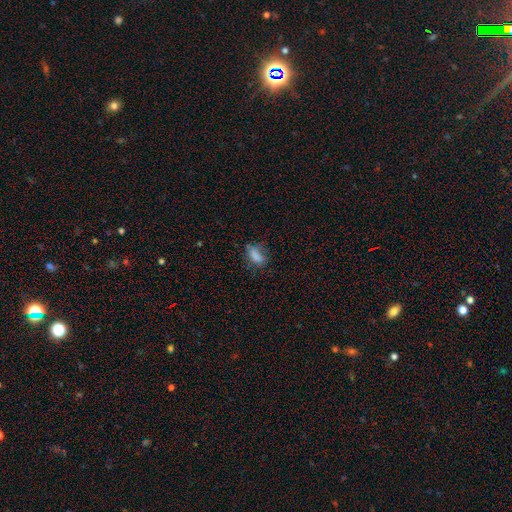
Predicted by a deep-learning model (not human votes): The model was most divided on "merging": none: 54%, minor disturbance: 27%, major disturbance: 15%, merger: 4%. More confident: how rounded — in between (78%); smooth or featured — smooth (75%).